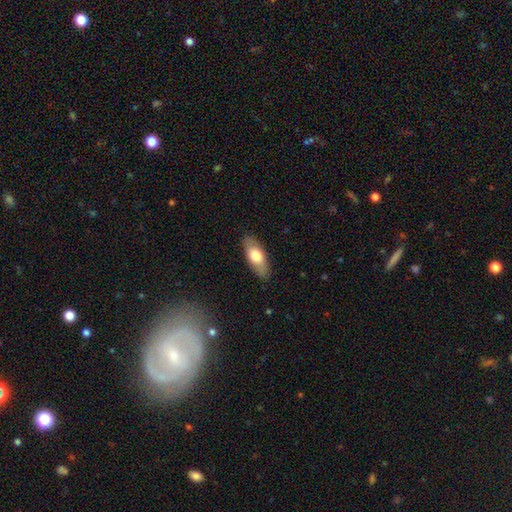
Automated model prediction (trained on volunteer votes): Morphology: type=smooth (70%); roundness=in between (78%); merging=none (86%).